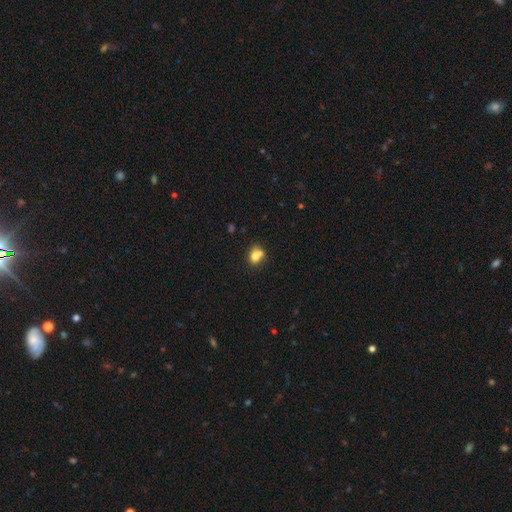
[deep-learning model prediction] A smooth galaxy with no disk features (74%) that is round (53%).

Vote fractions:
- Smooth or featured? smooth: 74% / featured or disk: 15% / star or artifact: 11%
- How rounded? round: 53% / in between: 46% / cigar-shaped: 1%
- Merging? merger: 42% / none: 40% / minor disturbance: 13% / major disturbance: 5%